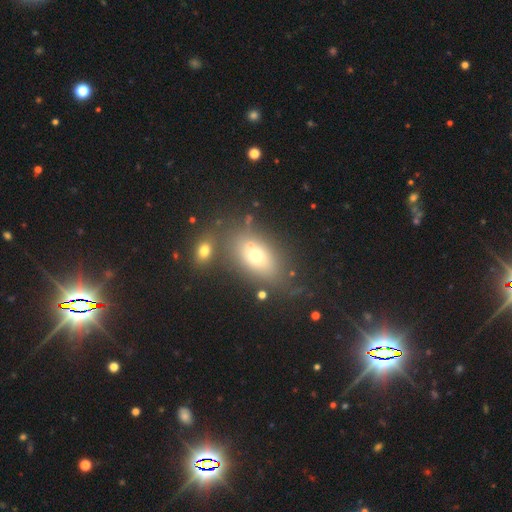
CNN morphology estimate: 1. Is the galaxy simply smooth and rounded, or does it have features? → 63% smooth, 22% featured or disk, 15% star or artifact.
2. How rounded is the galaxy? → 78% in between, 17% round, 5% cigar-shaped.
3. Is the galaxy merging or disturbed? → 61% none, 18% merger, 13% minor disturbance, 7% major disturbance.